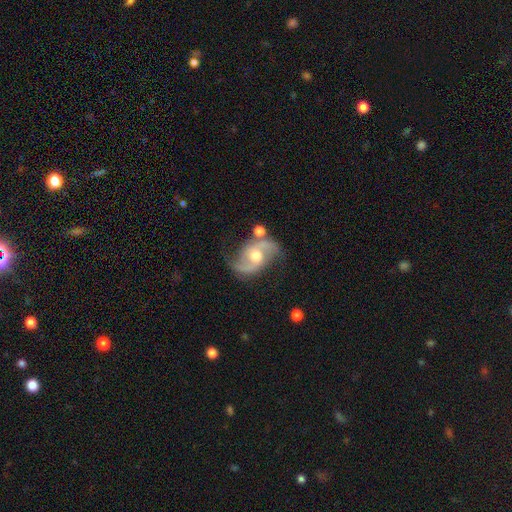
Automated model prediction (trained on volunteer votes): A featured or disk galaxy (88%) with no bar (47%), 2 (93%) loose (51%) spiral arms (95%) and a moderate central bulge (75%). Merging: none (66%).